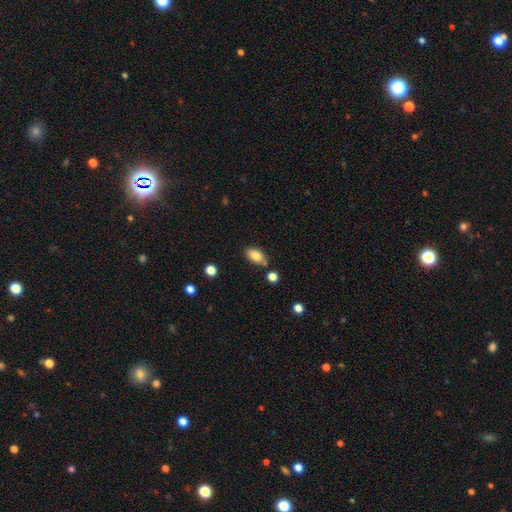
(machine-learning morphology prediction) A smooth galaxy with no disk features (82%) that is in between round and cigar-shaped (90%).

Vote fractions:
- Smooth or featured? smooth: 82% / featured or disk: 10% / star or artifact: 8%
- How rounded? in between: 90% / round: 6% / cigar-shaped: 4%
- Merging? none: 77% / minor disturbance: 13% / merger: 7% / major disturbance: 3%